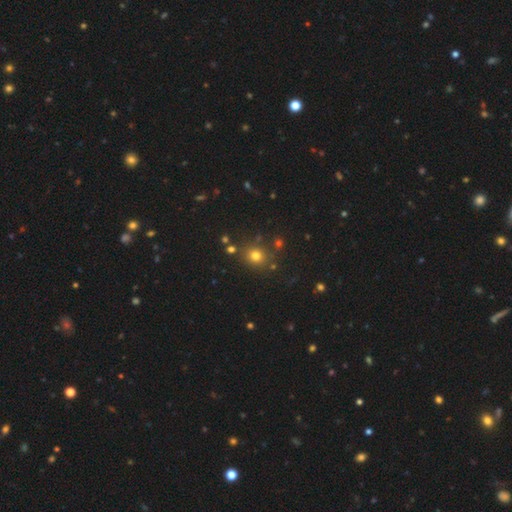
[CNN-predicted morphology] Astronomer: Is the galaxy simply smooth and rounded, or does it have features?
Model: smooth — 74%.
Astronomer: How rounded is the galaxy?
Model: round — 82%.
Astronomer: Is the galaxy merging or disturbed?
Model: none — 81%.